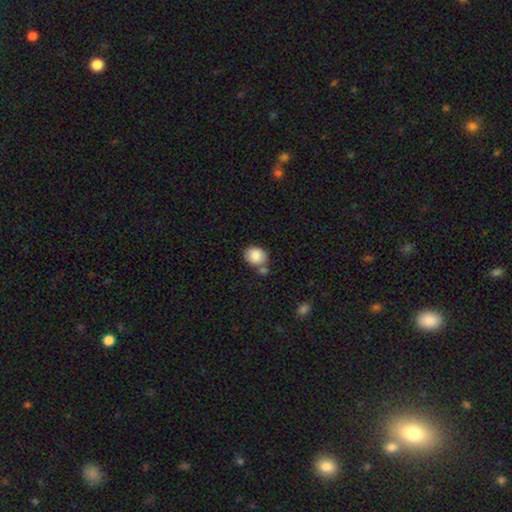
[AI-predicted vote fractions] smooth-or-featured: smooth: 86% | star or artifact: 7% | featured or disk: 6%
  how-rounded: round: 56% | in between: 43% | cigar-shaped: 1%
  merging: none: 57% | merger: 24% | minor disturbance: 15% | major disturbance: 4%